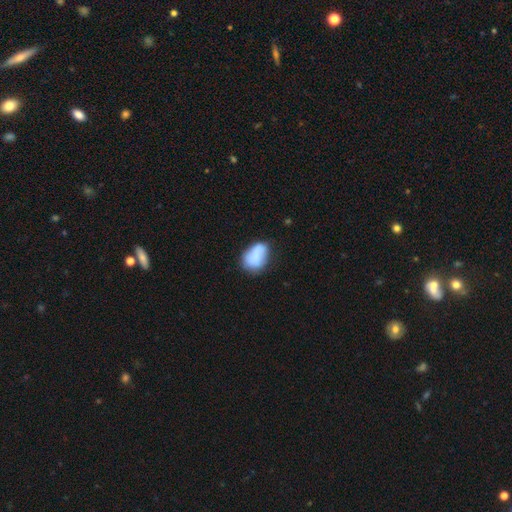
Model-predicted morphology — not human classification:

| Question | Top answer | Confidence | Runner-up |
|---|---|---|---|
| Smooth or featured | smooth | 77% | featured or disk (15%) |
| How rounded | in between | 81% | round (17%) |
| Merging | none | 54% | minor disturbance (30%) |